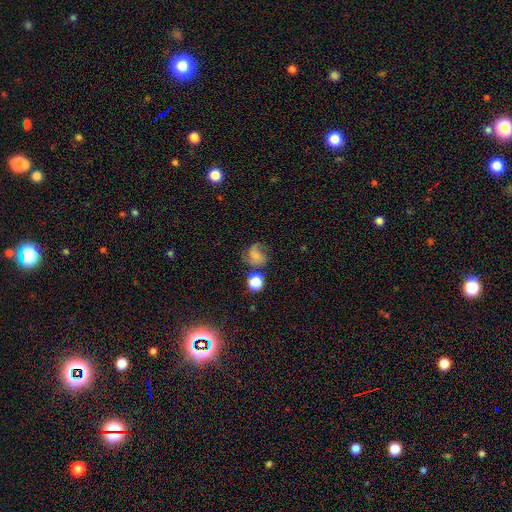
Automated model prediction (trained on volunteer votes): This is possibly a smooth galaxy (58%). How rounded: likely round (66%). Merging: possibly none (48%).